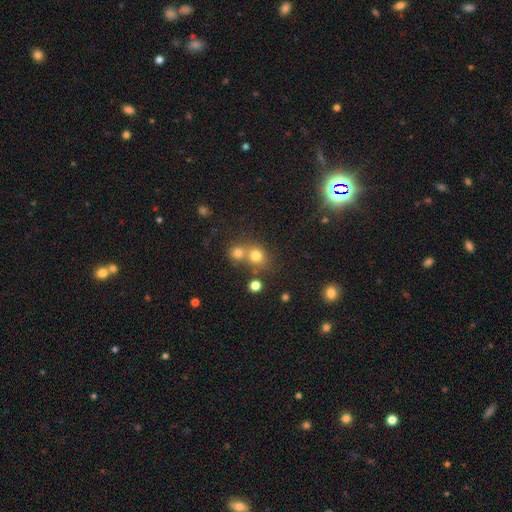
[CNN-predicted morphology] Q: Smooth or featured?
A: smooth (75%); runner-up: star or artifact (16%)
Q: How rounded?
A: round (80%); runner-up: in between (19%)
Q: Merging?
A: none (47%); runner-up: merger (43%)